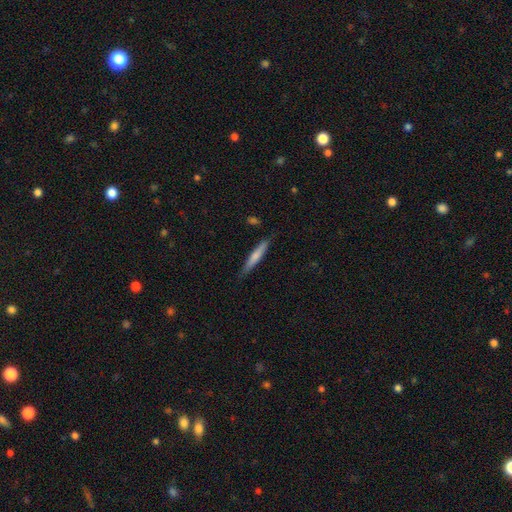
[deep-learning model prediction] A smooth galaxy with no disk features (67%) that is cigar-shaped (93%). Merging: none (83%).